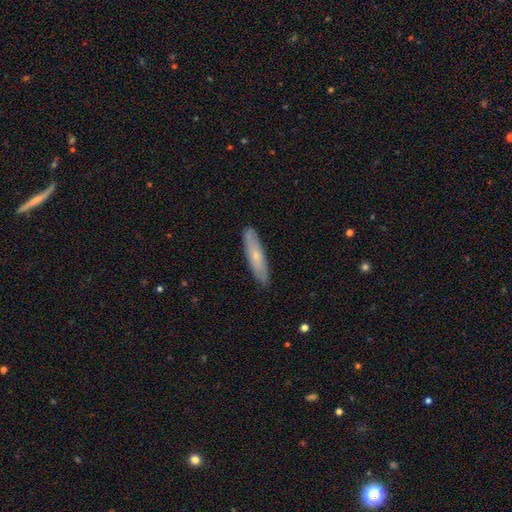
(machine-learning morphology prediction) Smooth or featured?
  - smooth: 58% *
  - featured or disk: 36%
  - star or artifact: 6%
How rounded?
  - cigar-shaped: 80% *
  - in between: 18%
  - round: 2%
Merging?
  - none: 86% *
  - minor disturbance: 11%
  - major disturbance: 2%
  - merger: 1%